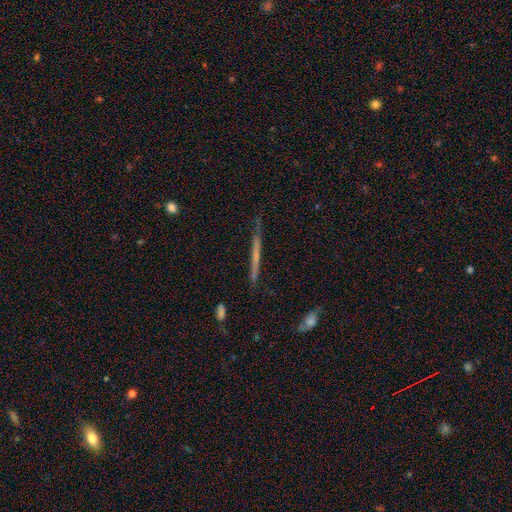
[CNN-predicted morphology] This is possibly a featured or disk galaxy (52%). It is clearly viewed edge-on (96%). Merging: clearly none (83%).